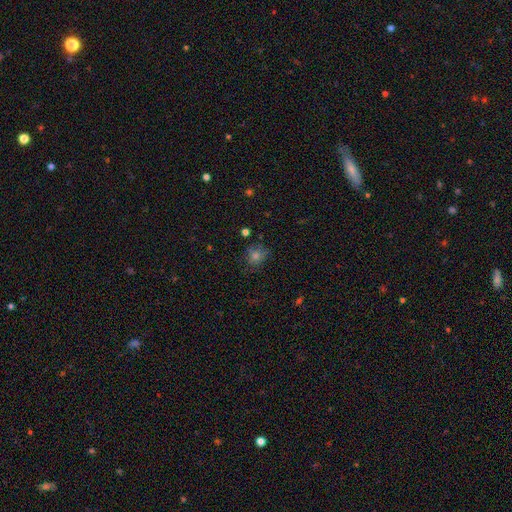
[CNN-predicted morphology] This appears to be a smooth galaxy with no disk features (65%) that is round (79%). Merging: none (73%).